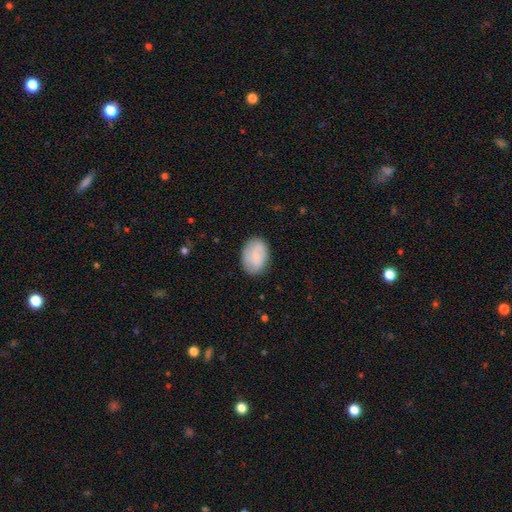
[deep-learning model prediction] Morphology: type=smooth (75%); roundness=in between (73%); merging=none (81%).